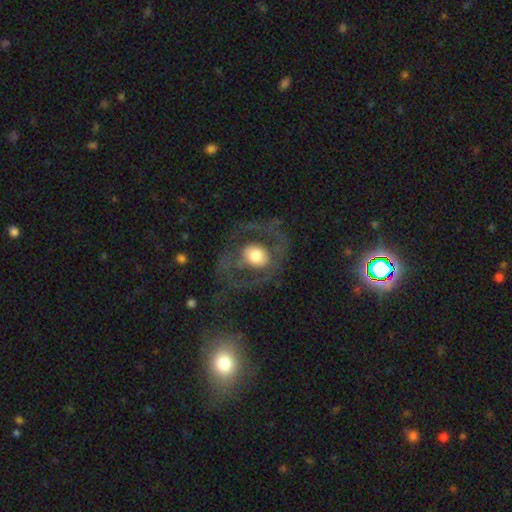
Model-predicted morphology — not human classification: Smooth or featured? featured or disk (58%)
Edge-on disk? no (95%)
Bar? no (74%)
Spiral arms? no (54%)
Bulge size? moderate (47%)
Merging? none (58%)